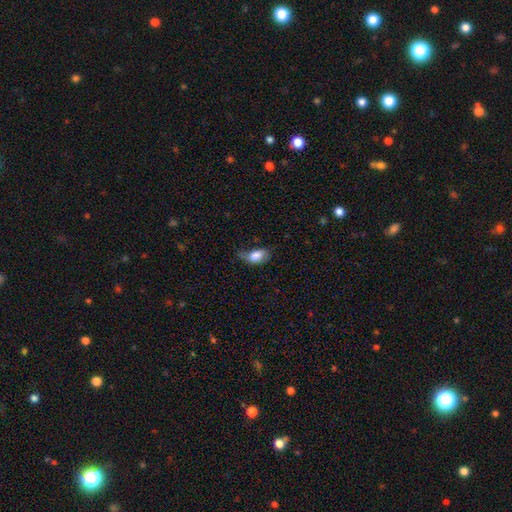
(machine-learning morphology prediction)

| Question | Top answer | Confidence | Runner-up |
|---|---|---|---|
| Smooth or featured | smooth | 79% | featured or disk (14%) |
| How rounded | in between | 90% | round (7%) |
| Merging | minor disturbance | 39% | none (36%) |